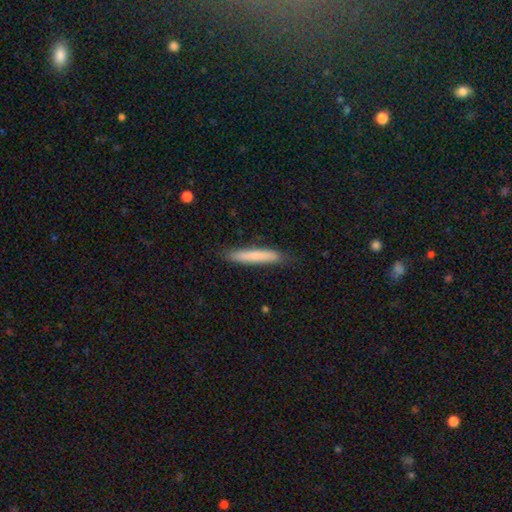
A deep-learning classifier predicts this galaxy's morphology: smooth_or_featured: smooth (p=0.77) [alt: featured or disk p=0.17]
how_rounded: cigar-shaped (p=0.94) [alt: in between p=0.05]
merging: none (p=0.84) [alt: minor disturbance p=0.13]